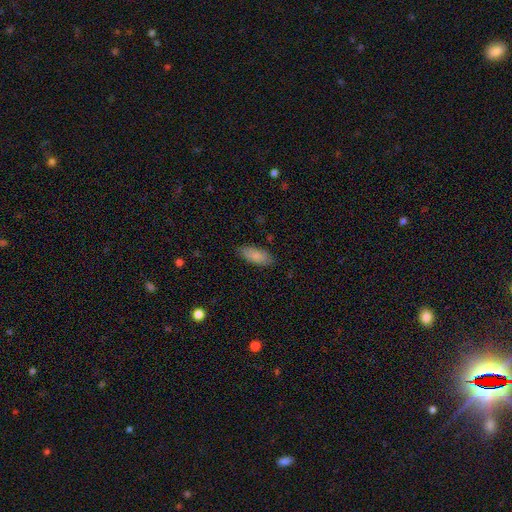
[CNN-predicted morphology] smooth_or_featured: smooth (p=0.84) [alt: featured or disk p=0.09]
how_rounded: in between (p=0.85) [alt: cigar-shaped p=0.13]
merging: none (p=0.84) [alt: minor disturbance p=0.12]